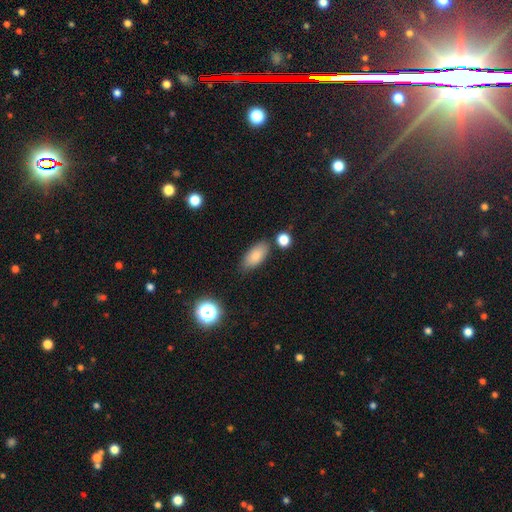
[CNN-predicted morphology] Overall: smooth (83%). How rounded: in between (88%). Merging: none (75%).